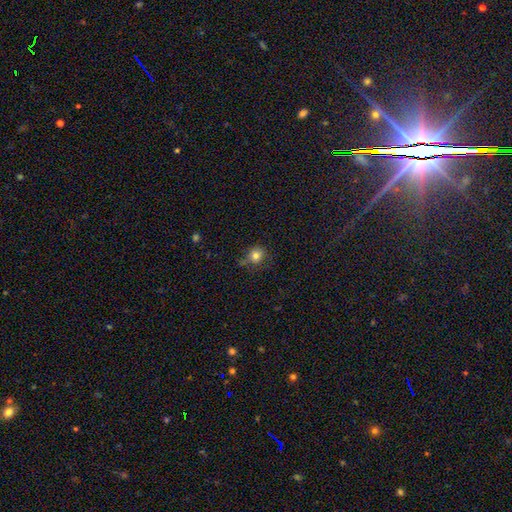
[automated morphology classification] A smooth galaxy with no disk features (80%) that is round (82%). Merging: none (70%).